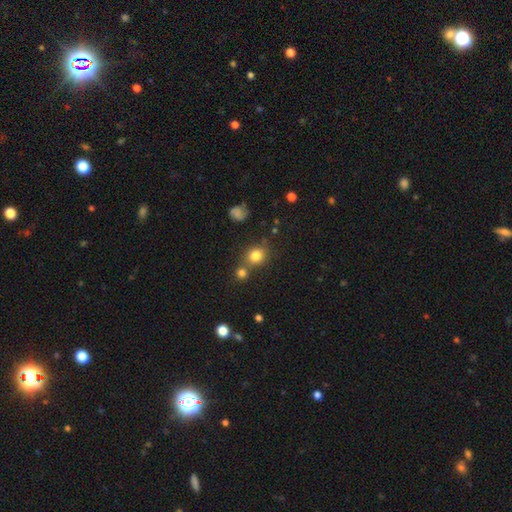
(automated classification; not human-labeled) Morphology: type=smooth (79%); roundness=round (79%); merging=none (62%).